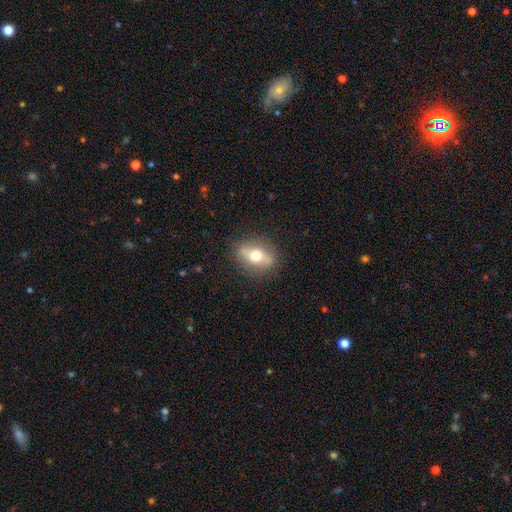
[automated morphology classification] type=smooth (47%); merging=none (85%).